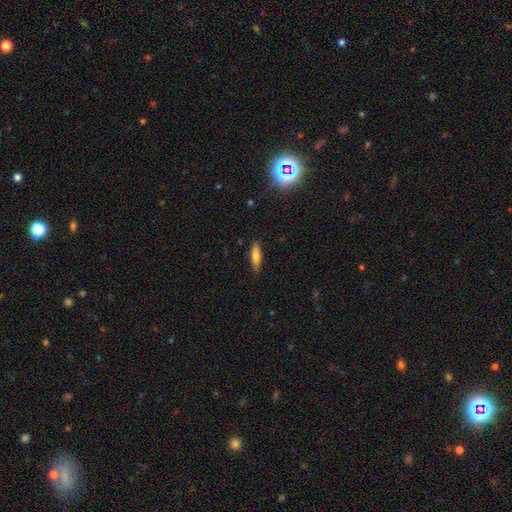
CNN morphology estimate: This is likely a smooth galaxy (68%). How rounded: likely cigar-shaped (66%). Merging: clearly none (87%).